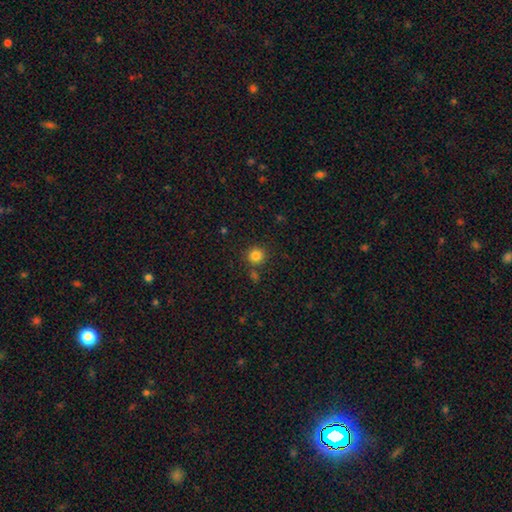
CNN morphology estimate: A smooth galaxy with no disk features (83%) that is round (92%). Merging: none (82%).